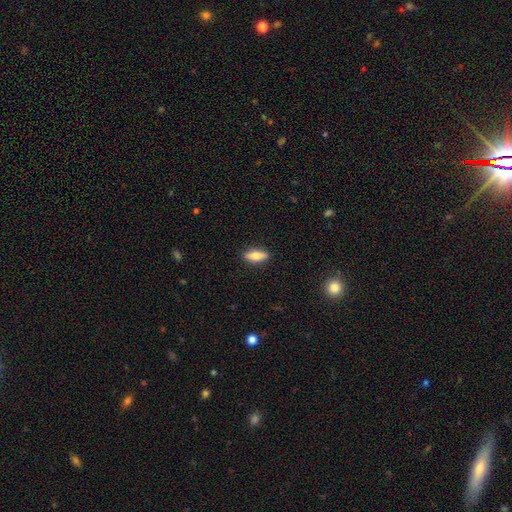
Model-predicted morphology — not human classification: Smooth or featured? Predicted: smooth (p=0.62). How rounded? Predicted: in between (p=0.58). Merging? Predicted: none (p=0.89).